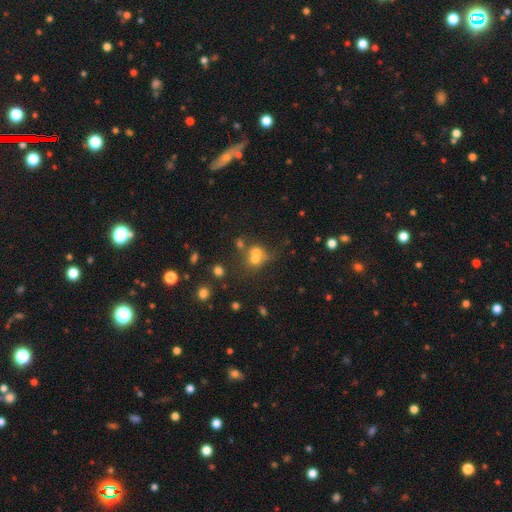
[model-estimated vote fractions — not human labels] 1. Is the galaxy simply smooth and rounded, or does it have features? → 61% smooth, 20% featured or disk, 19% star or artifact.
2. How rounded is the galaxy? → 73% round, 26% in between, 1% cigar-shaped.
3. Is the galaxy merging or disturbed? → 57% merger, 31% none, 7% minor disturbance, 5% major disturbance.